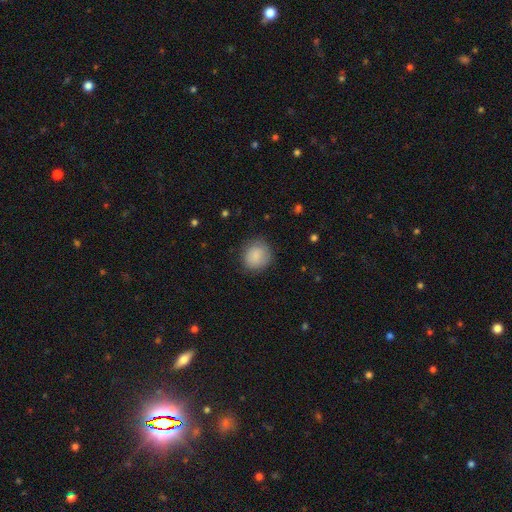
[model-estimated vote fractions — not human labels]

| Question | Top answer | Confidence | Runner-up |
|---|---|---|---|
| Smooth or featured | smooth | 87% | star or artifact (7%) |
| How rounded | round | 84% | in between (15%) |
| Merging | none | 82% | minor disturbance (13%) |